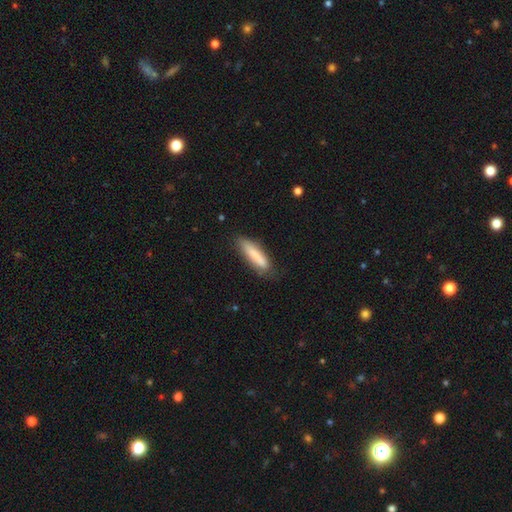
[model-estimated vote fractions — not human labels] This is likely a smooth galaxy (79%). How rounded: likely cigar-shaped (72%). Merging: likely none (72%).